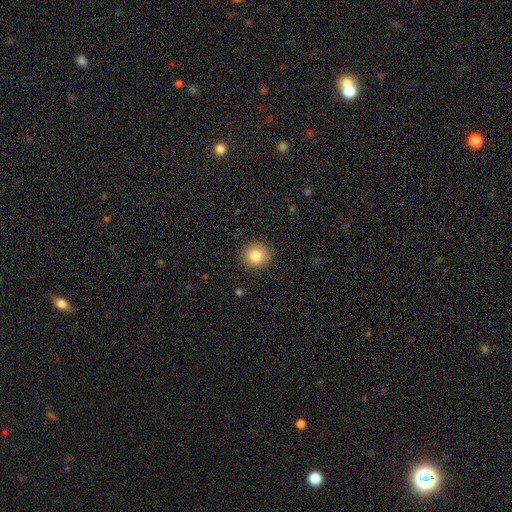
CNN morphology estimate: This is clearly a smooth galaxy (82%). How rounded: clearly round (91%). Merging: clearly none (90%).